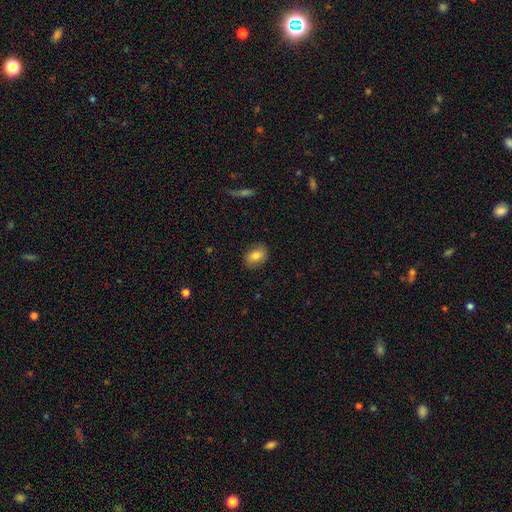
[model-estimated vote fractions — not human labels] The model was most divided on "how rounded": in between: 76%, round: 22%, cigar-shaped: 1%. More confident: merging — none (84%); smooth or featured — smooth (79%).